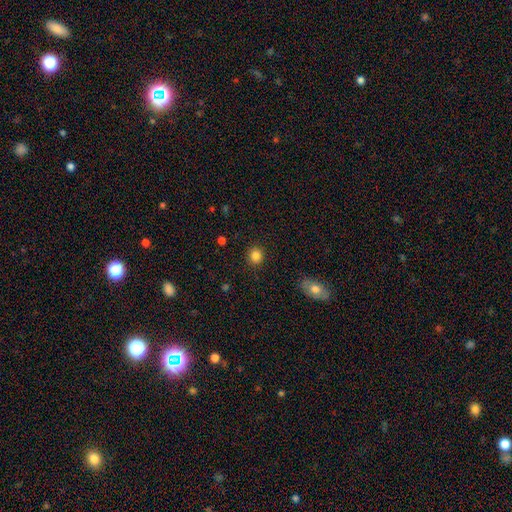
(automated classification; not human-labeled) Smooth or featured? smooth (84%)
How rounded? round (87%)
Merging? none (91%)